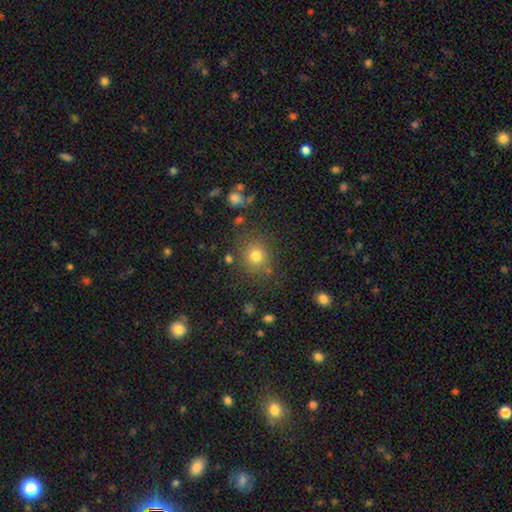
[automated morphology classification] type=smooth (77%); roundness=round (87%); merging=none (81%).